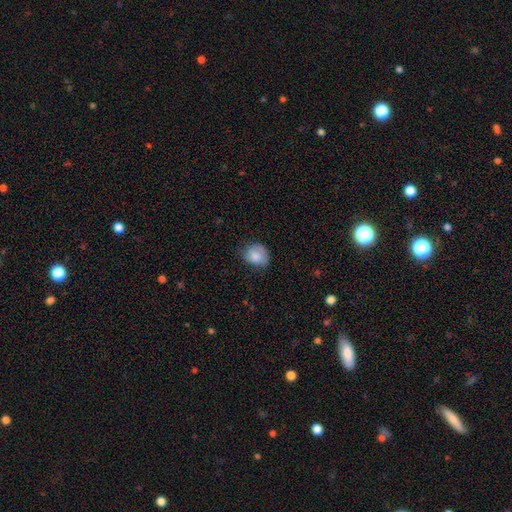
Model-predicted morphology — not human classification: The model was most divided on "how rounded": round: 56%, in between: 43%, cigar-shaped: 1%. More confident: smooth or featured — smooth (81%); merging — none (58%).